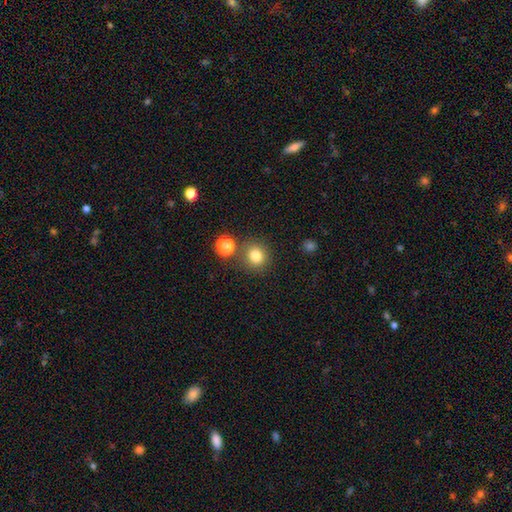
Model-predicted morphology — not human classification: A smooth galaxy with no disk features (81%) that is round (88%).

Vote fractions:
- Smooth or featured? smooth: 81% / star or artifact: 13% / featured or disk: 6%
- How rounded? round: 88% / in between: 12% / cigar-shaped: 1%
- Merging? none: 78% / merger: 9% / minor disturbance: 9% / major disturbance: 3%